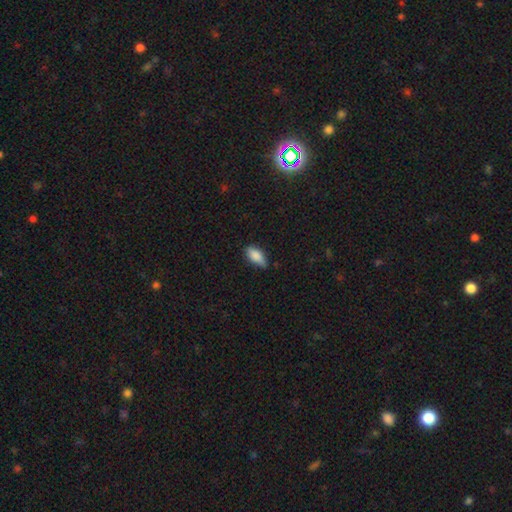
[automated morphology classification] Smooth or featured?
  - smooth: 86% *
  - featured or disk: 8%
  - star or artifact: 7%
How rounded?
  - in between: 87% *
  - cigar-shaped: 11%
  - round: 3%
Merging?
  - none: 71% *
  - minor disturbance: 24%
  - major disturbance: 3%
  - merger: 1%